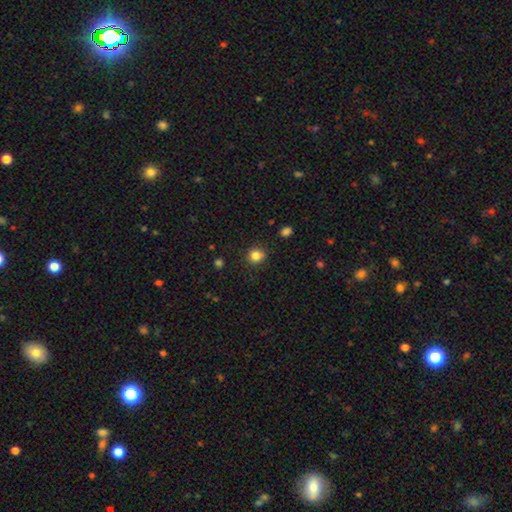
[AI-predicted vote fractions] The model was most divided on "how rounded": round: 83%, in between: 16%, cigar-shaped: 1%. More confident: merging — none (86%); smooth or featured — smooth (84%).